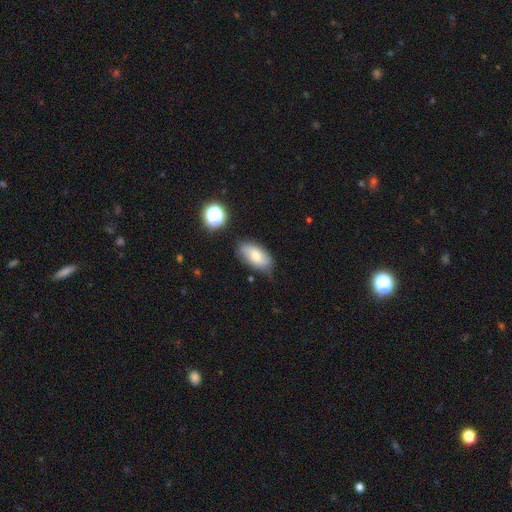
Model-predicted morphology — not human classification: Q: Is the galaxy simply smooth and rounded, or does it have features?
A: smooth — 73%.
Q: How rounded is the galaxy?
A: in between — 91%.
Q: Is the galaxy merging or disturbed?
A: none — 71%.